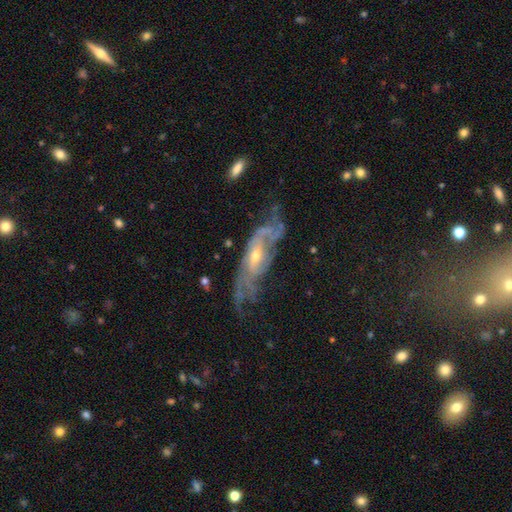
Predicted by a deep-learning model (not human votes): Smooth or featured? Predicted: featured or disk (p=0.82). Edge-on disk? Predicted: no (p=0.82). Bar? Predicted: no (p=0.59). Spiral arms? Predicted: yes (p=0.88). Spiral winding? Predicted: tight (p=0.47). Spiral arm count? Predicted: can't tell (p=0.45). Bulge size? Predicted: small (p=0.54). Merging? Predicted: none (p=0.56).